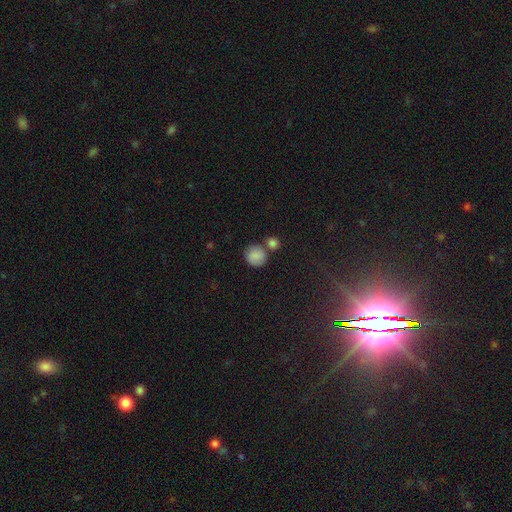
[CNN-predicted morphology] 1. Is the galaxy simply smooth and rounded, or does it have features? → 82% smooth, 9% star or artifact, 9% featured or disk.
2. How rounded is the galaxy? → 87% round, 12% in between, 1% cigar-shaped.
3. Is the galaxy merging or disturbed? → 62% none, 22% merger, 12% minor disturbance, 4% major disturbance.